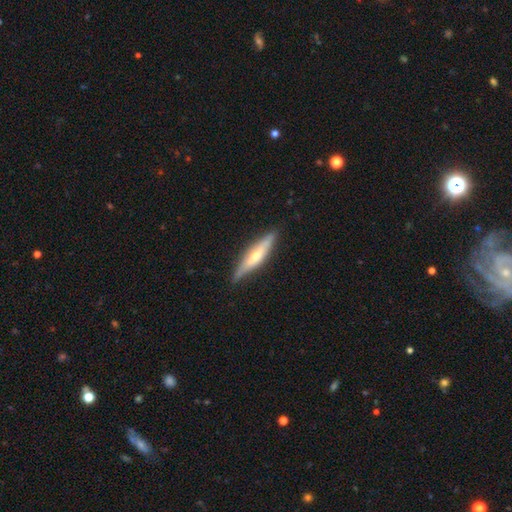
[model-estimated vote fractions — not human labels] Smooth or featured? Predicted: featured or disk (p=0.59). Edge-on disk? Predicted: yes (p=0.89). Edge-on bulge? Predicted: rounded (p=0.80). Merging? Predicted: none (p=0.83).